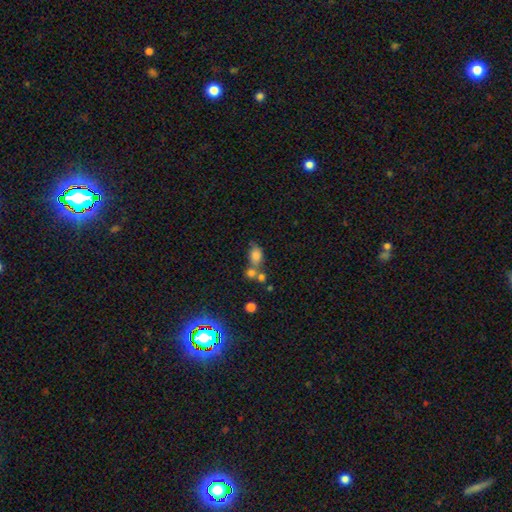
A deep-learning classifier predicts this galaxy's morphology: Smooth or featured?
  - smooth: 75% *
  - star or artifact: 13%
  - featured or disk: 12%
How rounded?
  - in between: 69% *
  - round: 28%
  - cigar-shaped: 2%
Merging?
  - merger: 46% *
  - none: 35%
  - minor disturbance: 12%
  - major disturbance: 7%